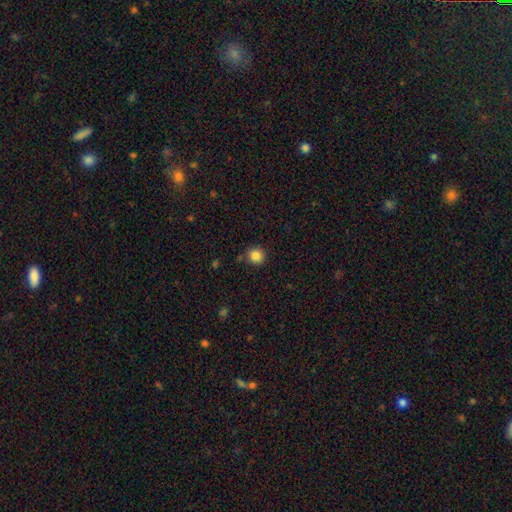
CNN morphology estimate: Smooth or featured?
  - smooth: 85% *
  - star or artifact: 11%
  - featured or disk: 4%
How rounded?
  - round: 91% *
  - in between: 8%
  - cigar-shaped: 1%
Merging?
  - none: 85% *
  - minor disturbance: 10%
  - merger: 3%
  - major disturbance: 3%